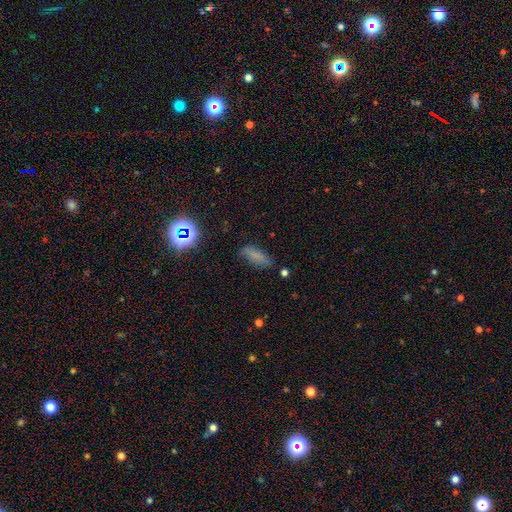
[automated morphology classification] type=smooth (70%); roundness=in between (55%); merging=none (69%).